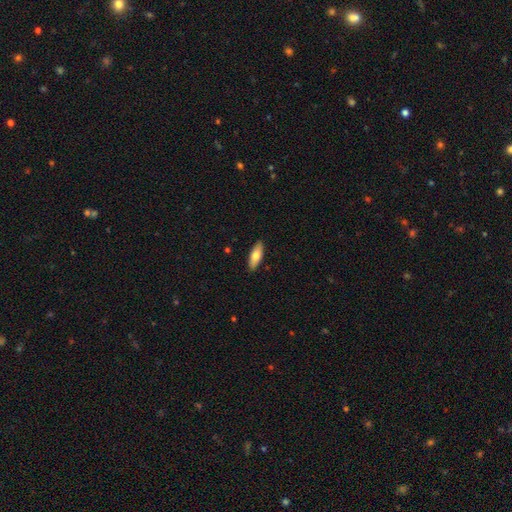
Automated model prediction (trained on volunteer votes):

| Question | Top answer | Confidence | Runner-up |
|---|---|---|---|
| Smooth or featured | smooth | 74% | featured or disk (20%) |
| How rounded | in between | 66% | cigar-shaped (32%) |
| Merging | none | 90% | minor disturbance (8%) |